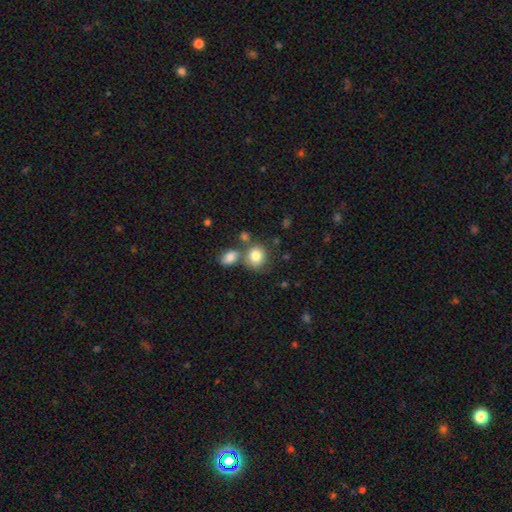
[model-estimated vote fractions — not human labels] smooth-or-featured: smooth: 82% | star or artifact: 9% | featured or disk: 9%
  how-rounded: round: 75% | in between: 24% | cigar-shaped: 1%
  merging: none: 57% | merger: 27% | minor disturbance: 12% | major disturbance: 4%